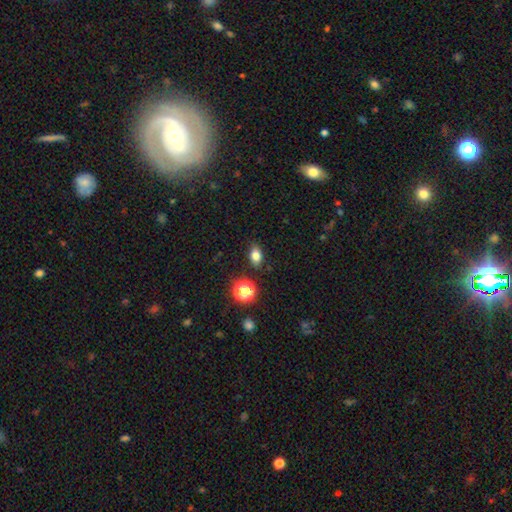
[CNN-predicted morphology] This appears to be a smooth galaxy with no disk features (80%) that is in between round and cigar-shaped (77%). Merging: none (84%).